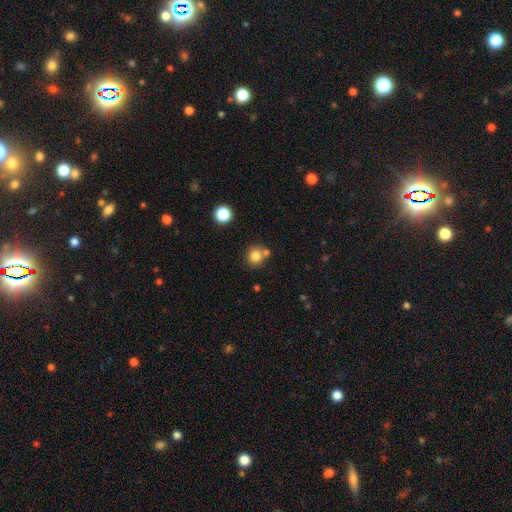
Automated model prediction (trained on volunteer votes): Smooth or featured?
  - smooth: 81% *
  - star or artifact: 12%
  - featured or disk: 7%
How rounded?
  - round: 88% *
  - in between: 11%
  - cigar-shaped: 1%
Merging?
  - none: 67% *
  - merger: 20%
  - minor disturbance: 9%
  - major disturbance: 3%